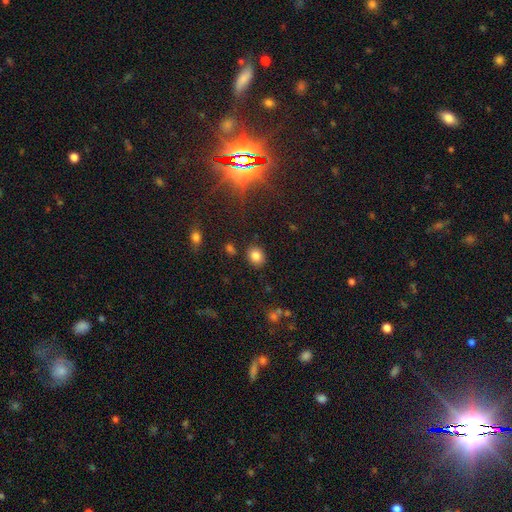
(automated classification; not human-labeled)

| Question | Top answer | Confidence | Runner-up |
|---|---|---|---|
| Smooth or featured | smooth | 82% | star or artifact (12%) |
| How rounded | round | 65% | in between (34%) |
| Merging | none | 84% | minor disturbance (10%) |